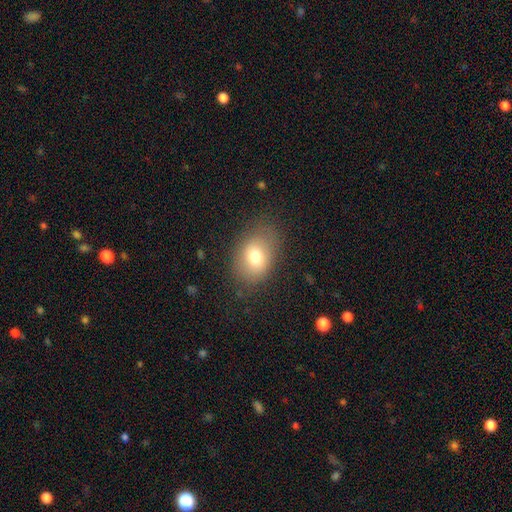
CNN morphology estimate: This appears to be a smooth galaxy with no disk features (73%) that is in between round and cigar-shaped (73%). Merging: none (83%).